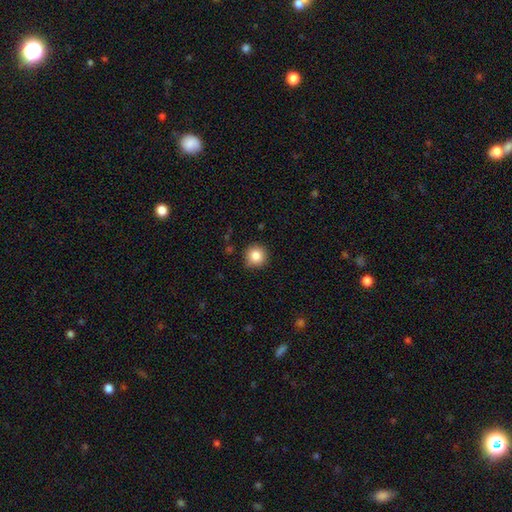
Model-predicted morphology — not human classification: Smooth or featured? Predicted: smooth (p=0.85). How rounded? Predicted: round (p=0.95). Merging? Predicted: none (p=0.87).